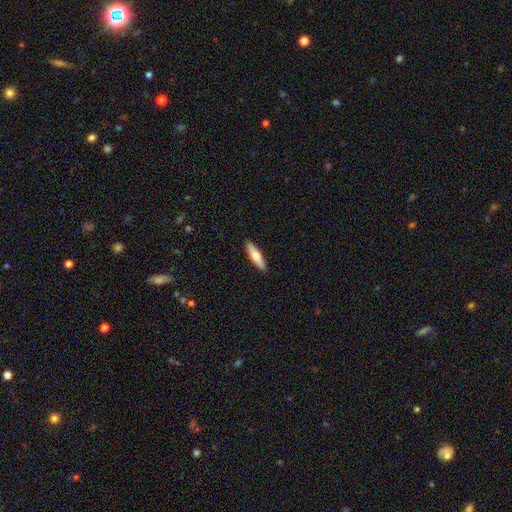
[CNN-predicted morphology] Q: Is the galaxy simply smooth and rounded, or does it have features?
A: smooth — 61%.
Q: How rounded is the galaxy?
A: cigar-shaped — 71%.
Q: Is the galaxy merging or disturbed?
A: none — 91%.